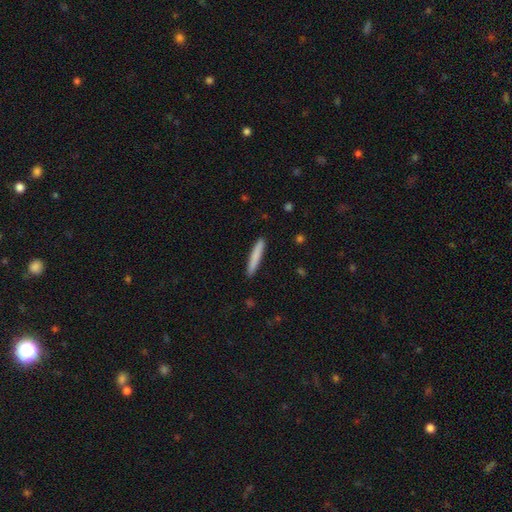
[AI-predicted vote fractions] Smooth or featured?
  - smooth: 81% *
  - featured or disk: 13%
  - star or artifact: 5%
How rounded?
  - cigar-shaped: 95% *
  - in between: 4%
  - round: 1%
Merging?
  - none: 90% *
  - minor disturbance: 7%
  - major disturbance: 1%
  - merger: 1%